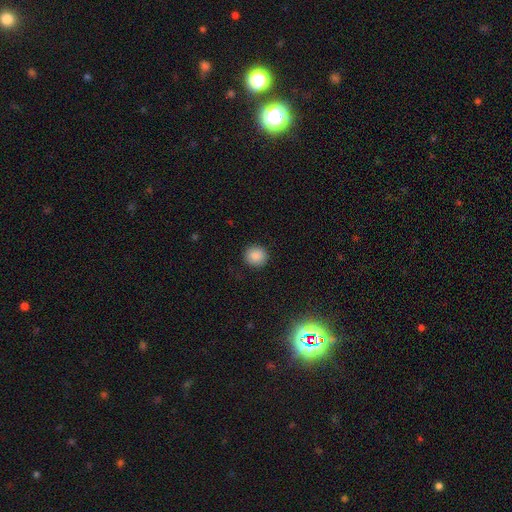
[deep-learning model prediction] Smooth or featured? smooth (87%)
How rounded? round (92%)
Merging? none (91%)